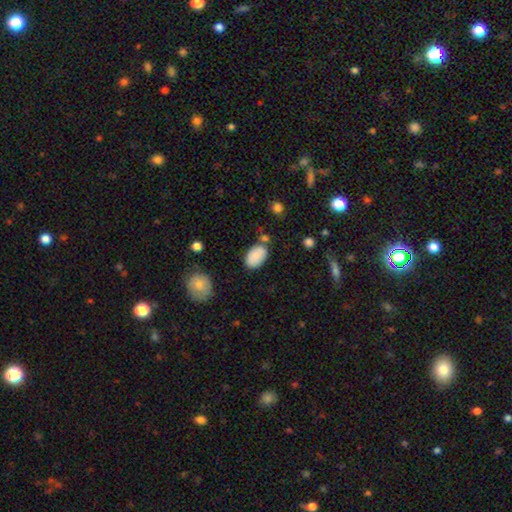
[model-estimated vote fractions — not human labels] Q: Smooth or featured?
A: smooth (85%); runner-up: featured or disk (8%)
Q: How rounded?
A: in between (91%); runner-up: round (7%)
Q: Merging?
A: none (67%); runner-up: minor disturbance (18%)